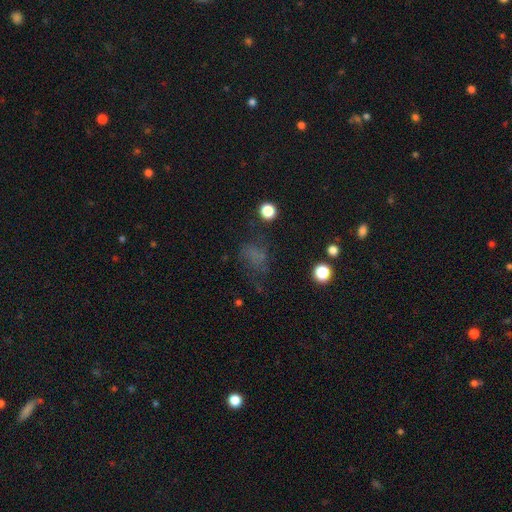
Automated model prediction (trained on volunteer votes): A smooth galaxy with no disk features (54%) that is in between round and cigar-shaped (64%). Merging: none (48%).